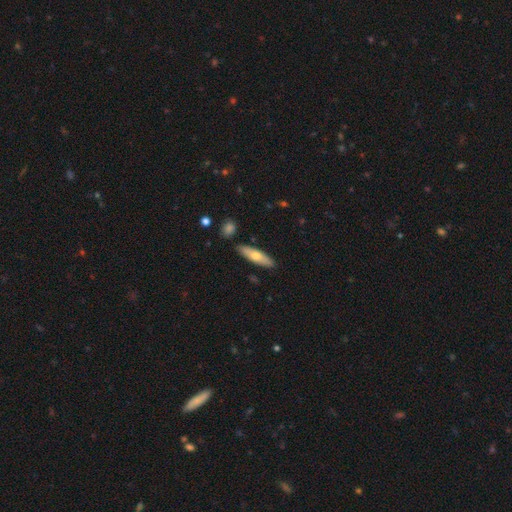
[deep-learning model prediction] Smooth or featured? smooth (63%)
How rounded? cigar-shaped (64%)
Merging? none (87%)